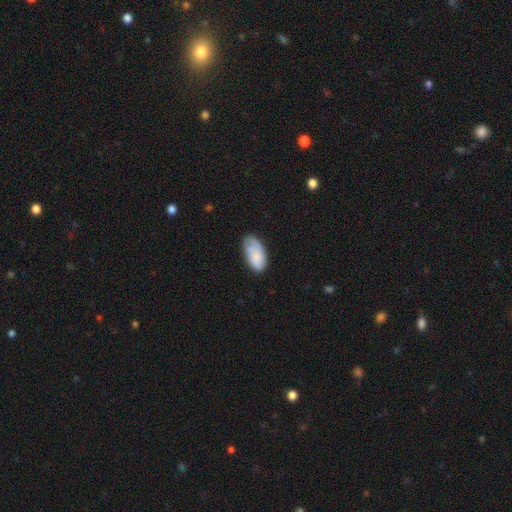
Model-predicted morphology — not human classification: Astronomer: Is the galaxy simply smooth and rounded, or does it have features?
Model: smooth — 63%.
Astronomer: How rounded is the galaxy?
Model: in between — 94%.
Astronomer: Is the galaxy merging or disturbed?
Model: none — 57%.